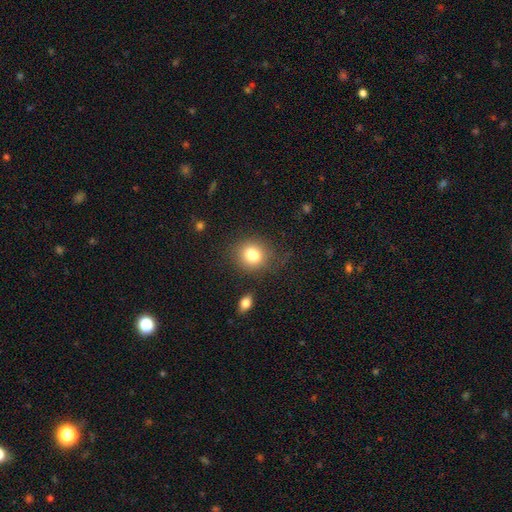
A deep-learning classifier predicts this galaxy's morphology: Smooth or featured? Predicted: smooth (p=0.81). How rounded? Predicted: round (p=0.68). Merging? Predicted: none (p=0.74).